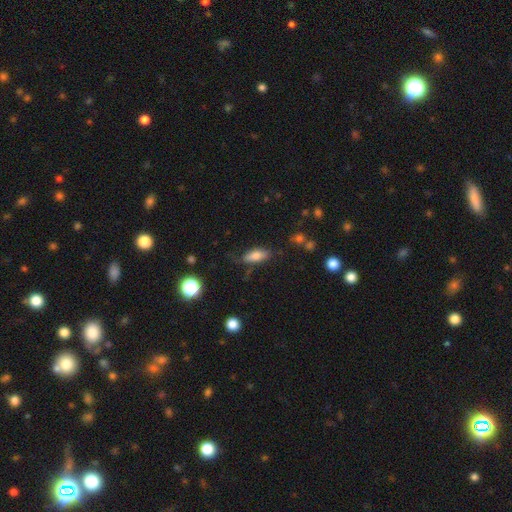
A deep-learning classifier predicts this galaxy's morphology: The model was most divided on "merging": none: 62%, minor disturbance: 25%, major disturbance: 9%, merger: 3%. More confident: how rounded — in between (73%); smooth or featured — smooth (73%).